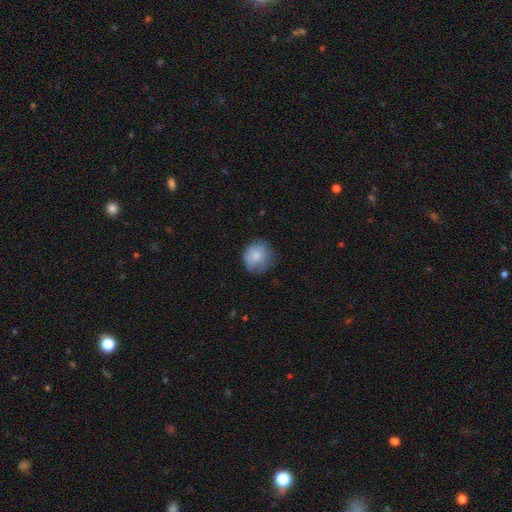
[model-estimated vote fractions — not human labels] Smooth or featured?
  - smooth: 80% *
  - featured or disk: 13%
  - star or artifact: 8%
How rounded?
  - round: 83% *
  - in between: 16%
  - cigar-shaped: 1%
Merging?
  - none: 69% *
  - minor disturbance: 23%
  - major disturbance: 7%
  - merger: 1%